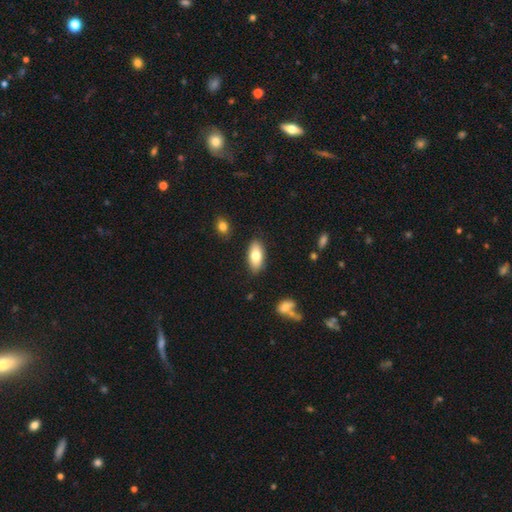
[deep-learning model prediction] Smooth or featured? Predicted: smooth (p=0.78). How rounded? Predicted: in between (p=0.89). Merging? Predicted: none (p=0.87).